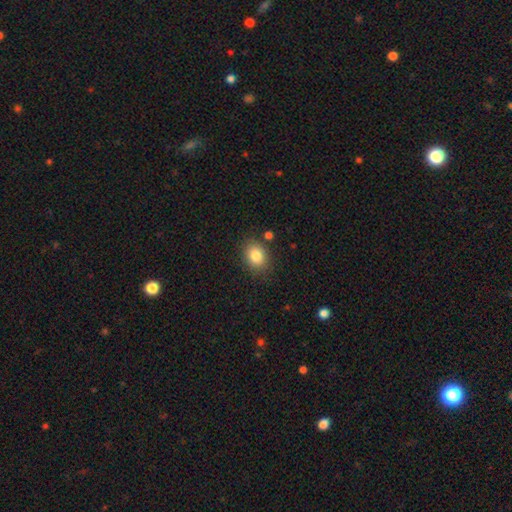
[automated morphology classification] type=smooth (83%); roundness=in between (53%); merging=none (82%).